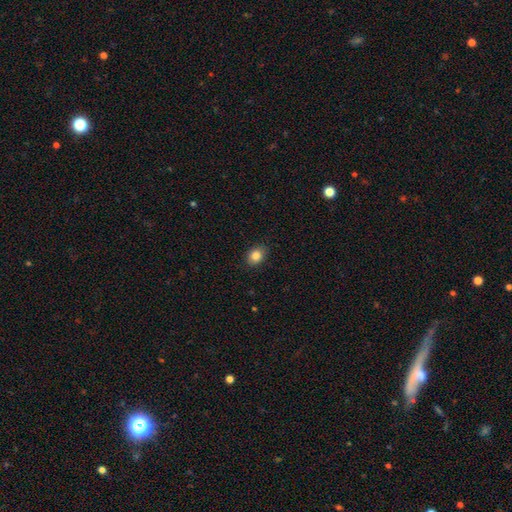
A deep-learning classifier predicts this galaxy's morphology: smooth-or-featured: smooth: 85% | star or artifact: 9% | featured or disk: 6%
  how-rounded: in between: 60% | round: 39% | cigar-shaped: 1%
  merging: none: 86% | minor disturbance: 11% | major disturbance: 2% | merger: 1%